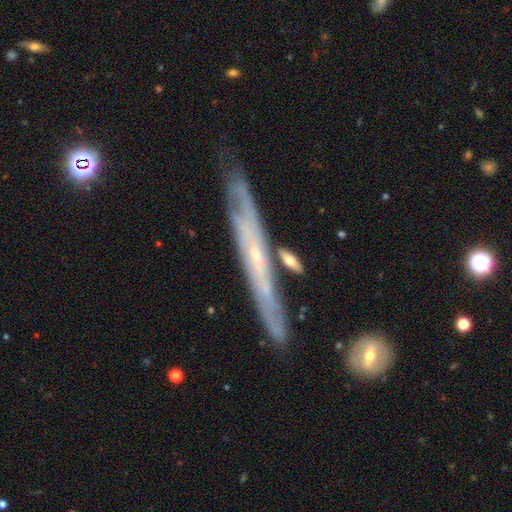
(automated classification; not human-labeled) This appears to be a featured or disk galaxy (77%) viewed edge-on (69%) with no central bulge (61%). Merging: none (75%).